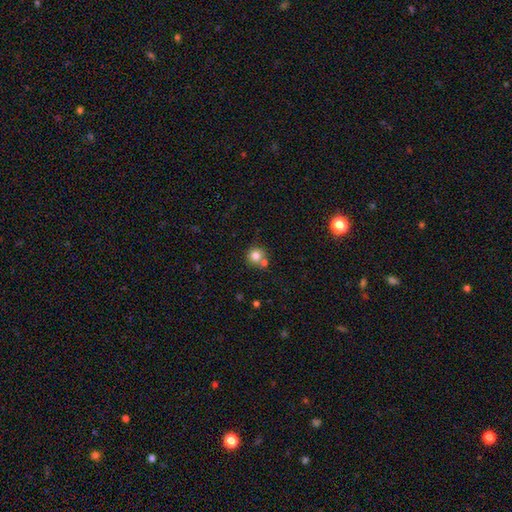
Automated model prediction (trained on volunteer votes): Smooth or featured: smooth — 80% (star or artifact — 11%)
How rounded: round — 91% (in between — 9%)
Merging: none — 57% (merger — 30%)